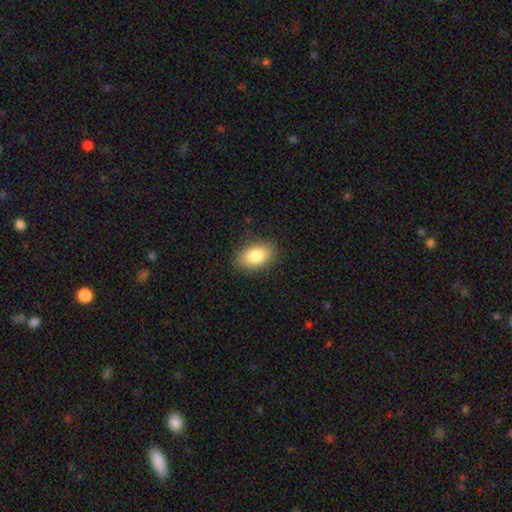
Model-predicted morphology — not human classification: type=smooth (84%); roundness=in between (90%); merging=none (87%).